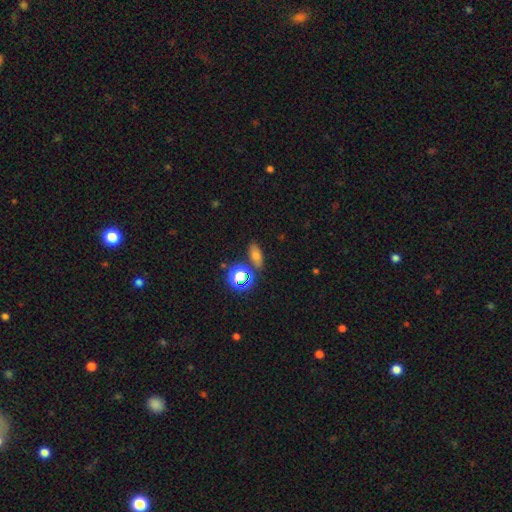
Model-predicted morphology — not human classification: This appears to be a smooth galaxy with no disk features (58%) that is in between round and cigar-shaped (73%). Merging: none (78%).